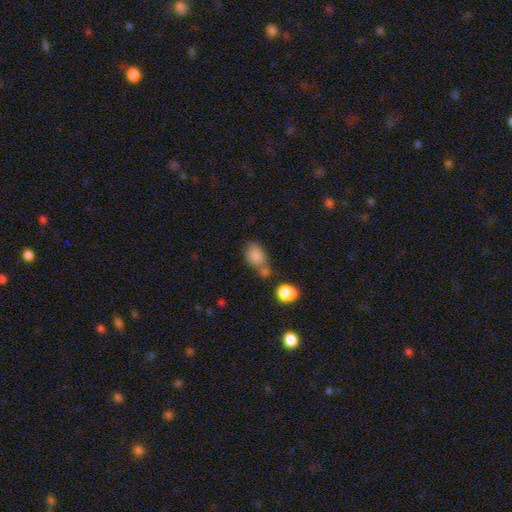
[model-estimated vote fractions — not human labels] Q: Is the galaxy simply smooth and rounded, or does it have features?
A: smooth — 81%.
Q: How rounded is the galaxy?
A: in between — 76%.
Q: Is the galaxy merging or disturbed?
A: none — 44%.